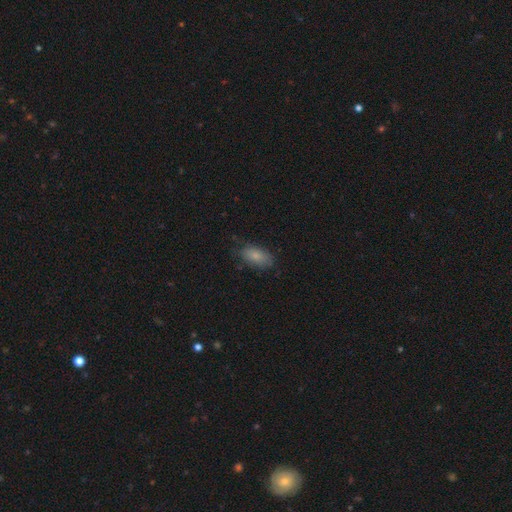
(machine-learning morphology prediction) This appears to be a smooth galaxy with no disk features (82%) that is in between round and cigar-shaped (90%). Merging: none (72%).